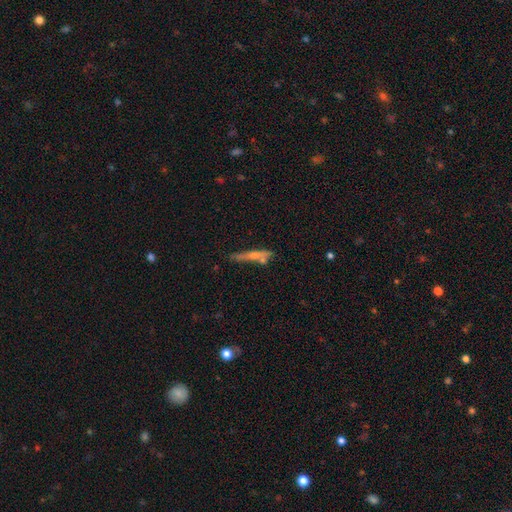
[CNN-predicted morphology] type=smooth (52%); roundness=cigar-shaped (91%); merging=none (64%).